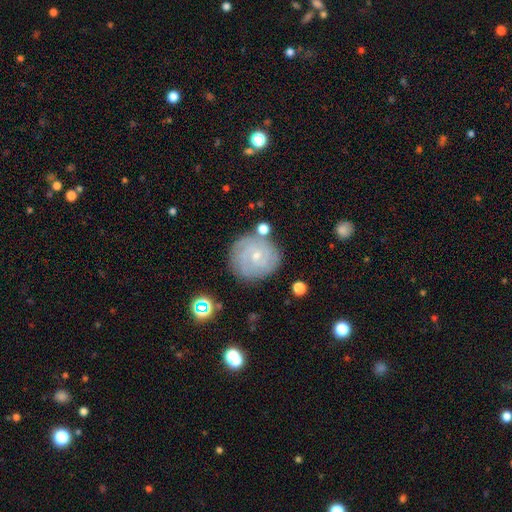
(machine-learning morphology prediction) Overall: featured or disk (71%). Edge-on disk: no (98%). Bar: no (65%; weak 31%). Spiral arms: yes (92%). Spiral arm count: can't tell (34%; 3 22%). Spiral winding: tight (75%). Bulge size: small (76%). Merging: none (78%).